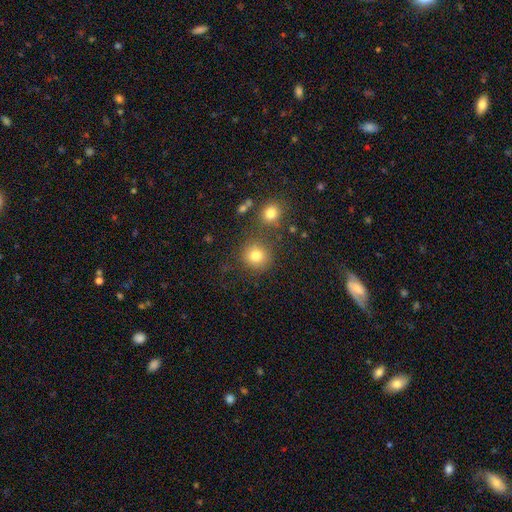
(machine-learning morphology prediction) A smooth galaxy with no disk features (80%) that is round (90%).

Vote fractions:
- Smooth or featured? smooth: 80% / star or artifact: 13% / featured or disk: 7%
- How rounded? round: 90% / in between: 9% / cigar-shaped: 1%
- Merging? none: 78% / minor disturbance: 9% / merger: 9% / major disturbance: 4%